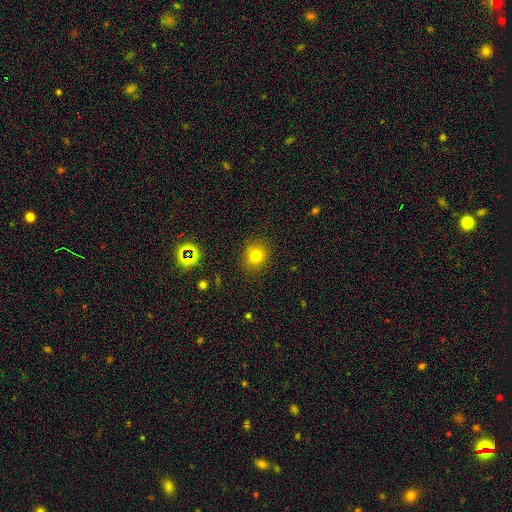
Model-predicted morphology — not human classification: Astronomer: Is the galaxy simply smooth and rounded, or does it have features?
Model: smooth — 77%.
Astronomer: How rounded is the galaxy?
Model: round — 73%.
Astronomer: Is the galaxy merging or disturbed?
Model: none — 87%.